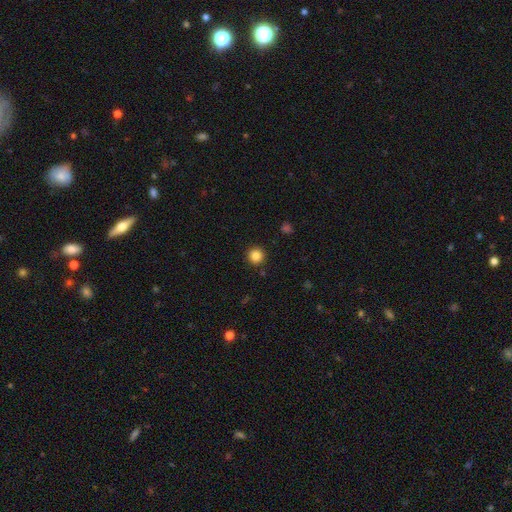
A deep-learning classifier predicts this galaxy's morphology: The model was most divided on "smooth or featured": smooth: 85%, star or artifact: 11%, featured or disk: 4%. More confident: how rounded — round (95%); merging — none (91%).